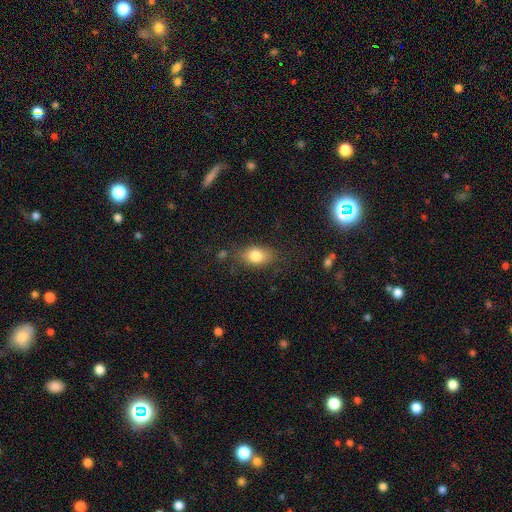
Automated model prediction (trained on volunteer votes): Smooth or featured? smooth (80%)
How rounded? in between (81%)
Merging? none (75%)